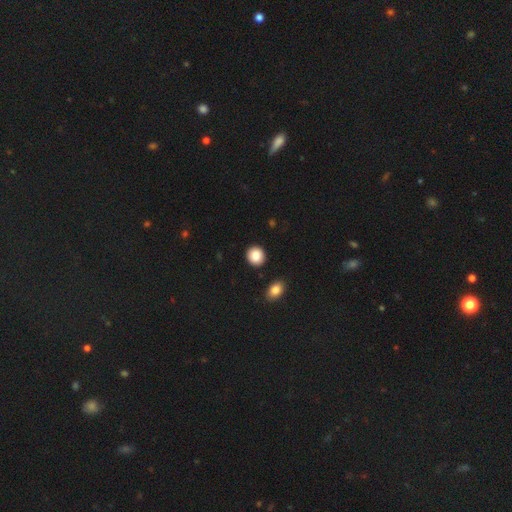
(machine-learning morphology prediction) Overall: smooth (88%). How rounded: round (84%). Merging: none (90%).